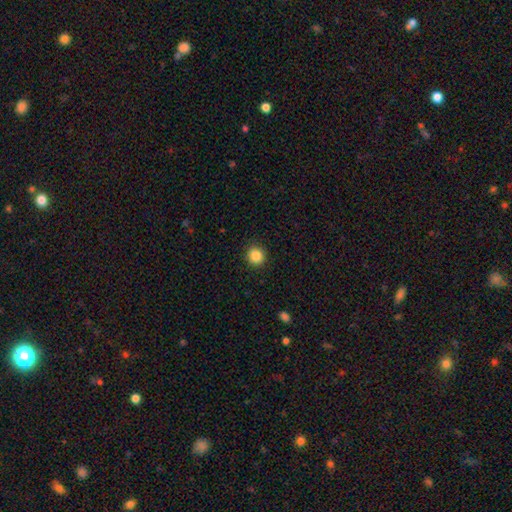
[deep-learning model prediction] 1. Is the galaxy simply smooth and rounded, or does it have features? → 86% smooth, 10% star or artifact, 4% featured or disk.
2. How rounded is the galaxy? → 91% round, 8% in between, 1% cigar-shaped.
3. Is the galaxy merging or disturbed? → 91% none, 6% minor disturbance, 2% major disturbance, 1% merger.